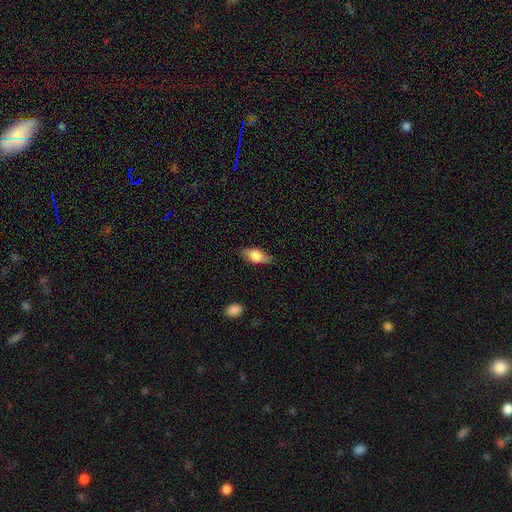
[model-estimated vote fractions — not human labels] A smooth galaxy with no disk features (78%) that is in between round and cigar-shaped (85%). Merging: none (79%).